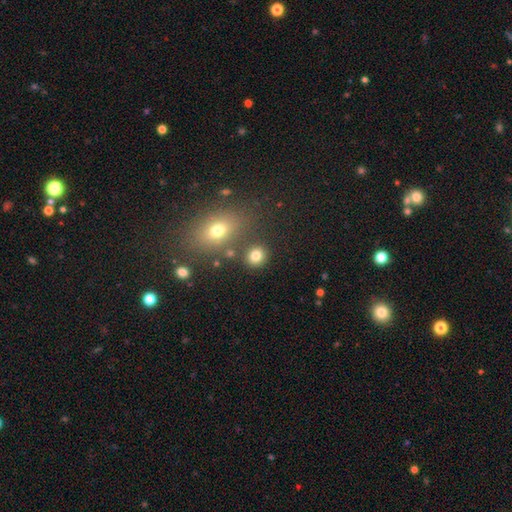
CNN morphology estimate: This appears to be a smooth galaxy with no disk features (80%) that is round (73%). Merging: none (79%).